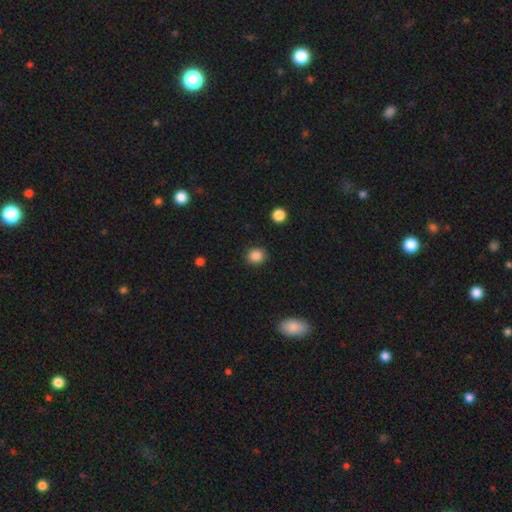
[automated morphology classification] smooth-or-featured: smooth: 87% | star or artifact: 10% | featured or disk: 3%
  how-rounded: round: 86% | in between: 13% | cigar-shaped: 1%
  merging: none: 90% | minor disturbance: 6% | major disturbance: 2% | merger: 1%